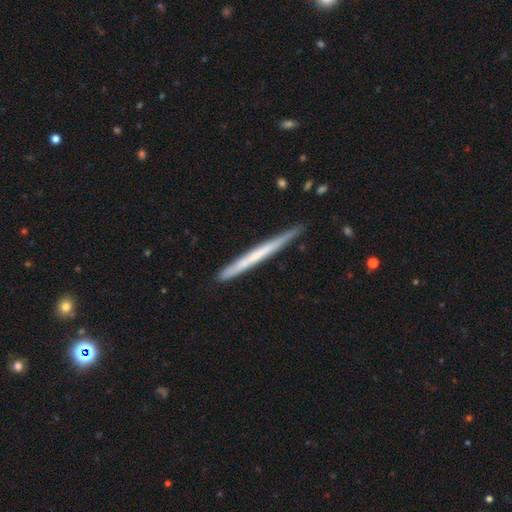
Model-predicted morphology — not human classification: Overall: featured or disk (55%; smooth 39%). Edge-on disk: yes (97%). Edge-on bulge: none (76%). Merging: none (88%).